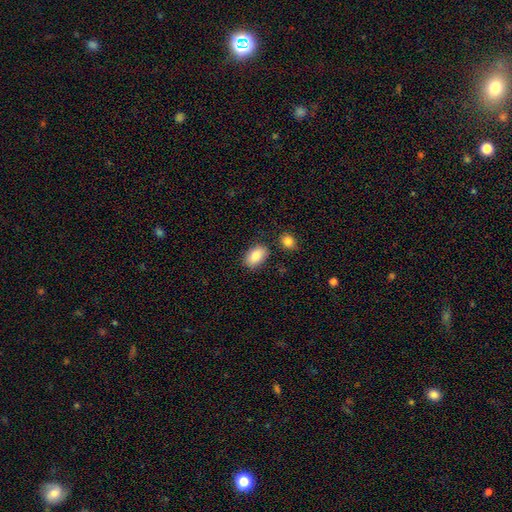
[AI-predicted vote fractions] The model was most divided on "merging": none: 81%, minor disturbance: 11%, merger: 5%, major disturbance: 3%. More confident: how rounded — in between (90%); smooth or featured — smooth (85%).